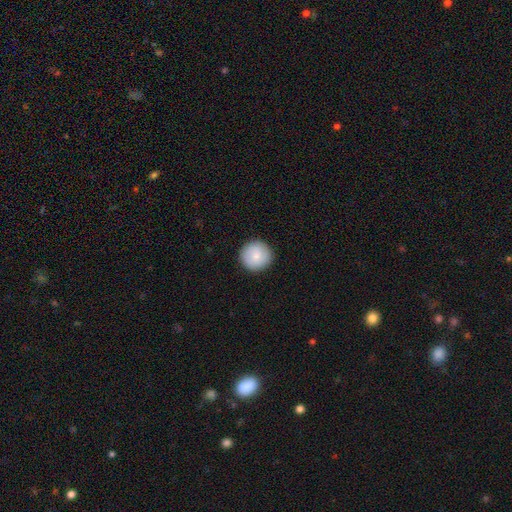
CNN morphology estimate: Smooth or featured? Predicted: smooth (p=0.78). How rounded? Predicted: round (p=0.95). Merging? Predicted: none (p=0.91).